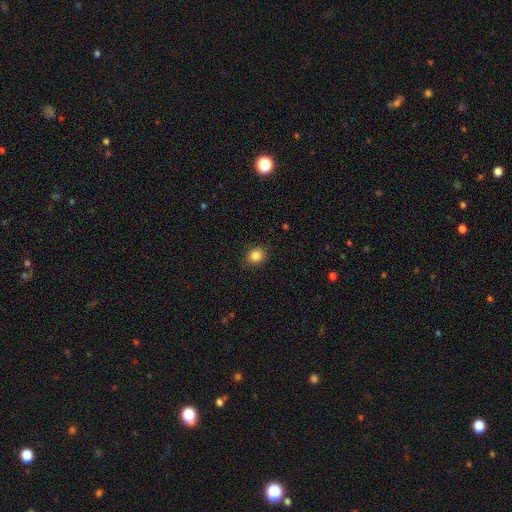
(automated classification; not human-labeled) This is clearly a smooth galaxy (84%). How rounded: likely round (65%). Merging: clearly none (85%).